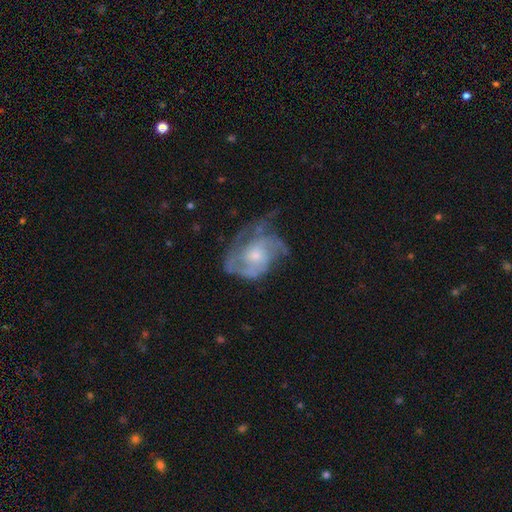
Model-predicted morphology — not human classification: A featured or disk galaxy (80%) with no bar (71%), 2 (33%) medium (44%) spiral arms (86%) and a small central bulge (49%).

Vote fractions:
- Smooth or featured? featured or disk: 80% / smooth: 14% / star or artifact: 6%
- Edge-on disk? no: 97% / yes: 3%
- Bar? no: 71% / weak: 25% / strong: 4%
- Spiral arms? yes: 86% / no: 14%
- Spiral winding? medium: 44% / tight: 35% / loose: 21%
- Spiral arm count? 2: 33% / can't tell: 29% / 3: 22% / 1: 7% / 4: 6% / more than 4: 4%
- Bulge size? small: 49% / moderate: 44% / large: 3% / none: 3% / dominant: 1%
- Merging? none: 41% / major disturbance: 30% / minor disturbance: 27% / merger: 2%